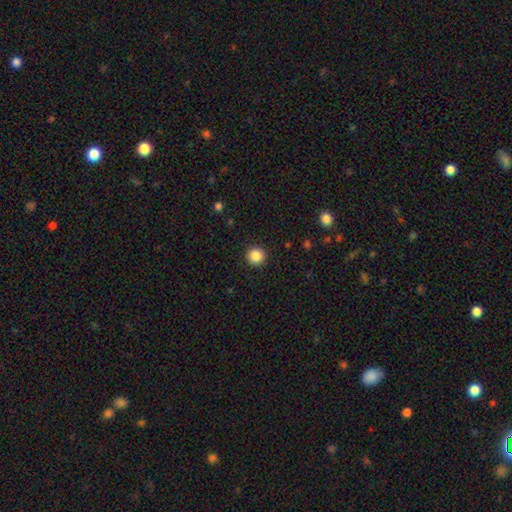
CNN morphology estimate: smooth 86%, star or artifact 10%, featured or disk 4%. Down the decision tree: how rounded — round (95%); merging — none (92%).